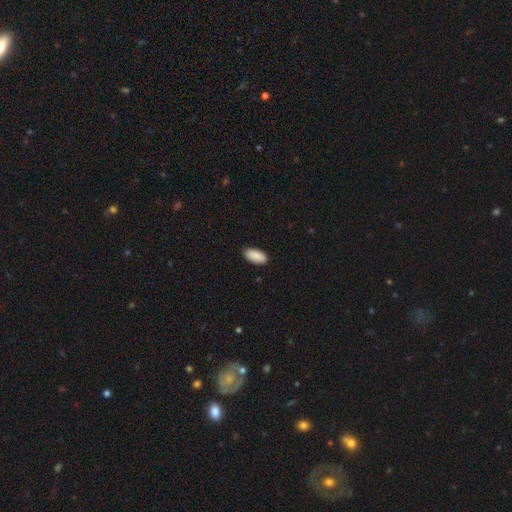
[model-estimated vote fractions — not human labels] A smooth galaxy with no disk features (91%) that is in between round and cigar-shaped (94%). Merging: none (88%).